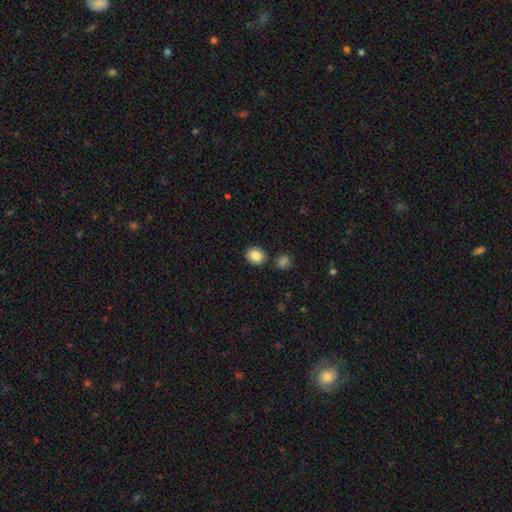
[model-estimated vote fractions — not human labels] A smooth galaxy with no disk features (86%) that is round (73%). Merging: none (85%).